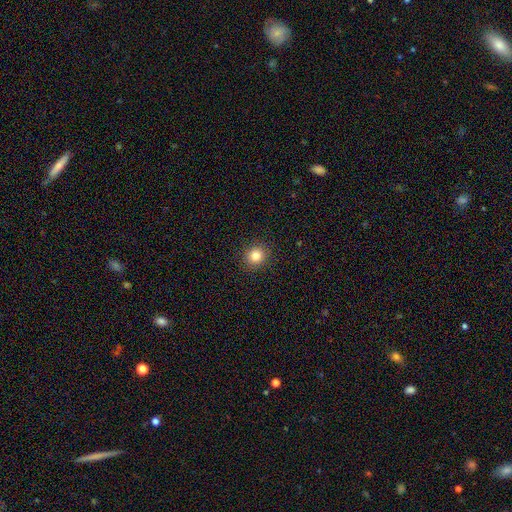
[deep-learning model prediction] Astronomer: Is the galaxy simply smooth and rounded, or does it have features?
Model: smooth — 83%.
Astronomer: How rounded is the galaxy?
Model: round — 90%.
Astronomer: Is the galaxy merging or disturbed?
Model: none — 92%.